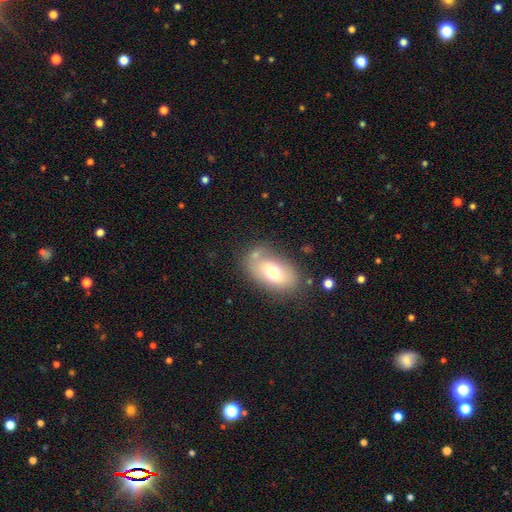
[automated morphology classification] A smooth galaxy with no disk features (64%) that is in between round and cigar-shaped (88%).

Vote fractions:
- Smooth or featured? smooth: 64% / featured or disk: 27% / star or artifact: 9%
- How rounded? in between: 88% / round: 10% / cigar-shaped: 2%
- Merging? none: 63% / minor disturbance: 19% / merger: 11% / major disturbance: 7%